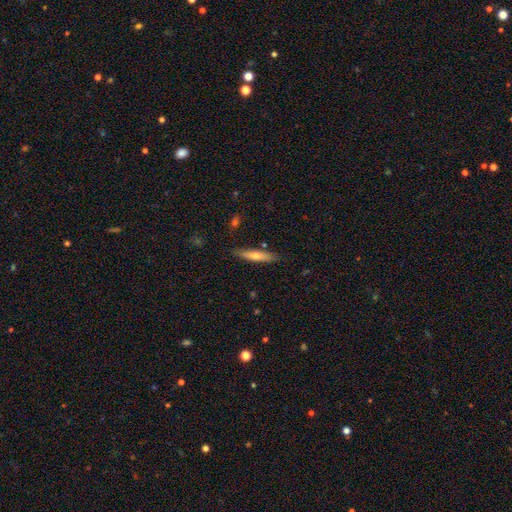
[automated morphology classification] Smooth or featured?
  - smooth: 55% *
  - featured or disk: 38%
  - star or artifact: 6%
How rounded?
  - cigar-shaped: 88% *
  - in between: 11%
  - round: 2%
Merging?
  - none: 86% *
  - minor disturbance: 10%
  - merger: 2%
  - major disturbance: 2%